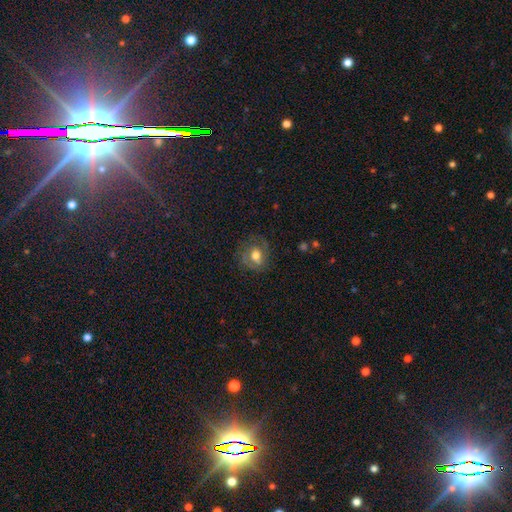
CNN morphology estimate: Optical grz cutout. It shows a smooth galaxy with no disk features (45%). Merging: none (65%).